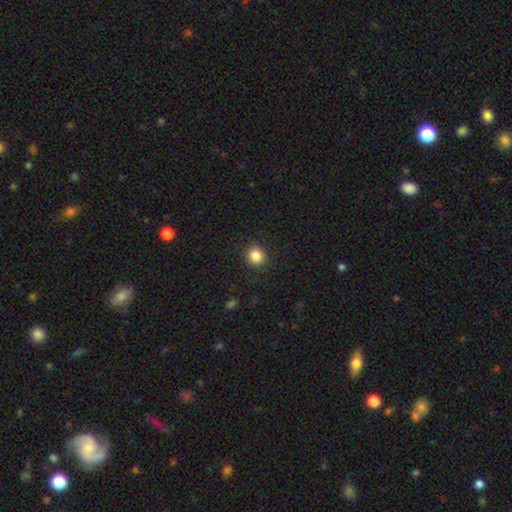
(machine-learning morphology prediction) A smooth galaxy with no disk features (86%) that is round (90%). Merging: none (90%).